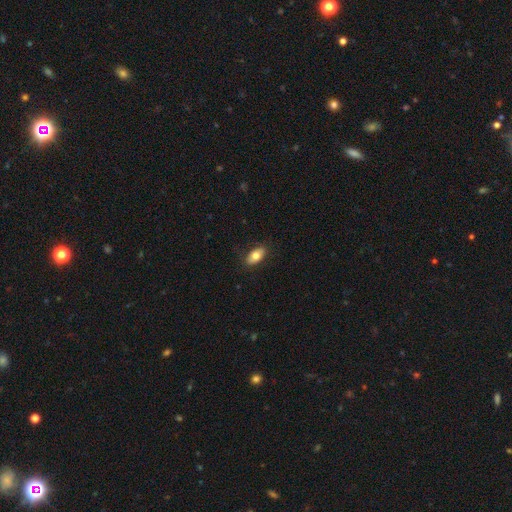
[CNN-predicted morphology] smooth 78%, featured or disk 15%, star or artifact 7%. Down the decision tree: how rounded — in between (91%); merging — none (85%).